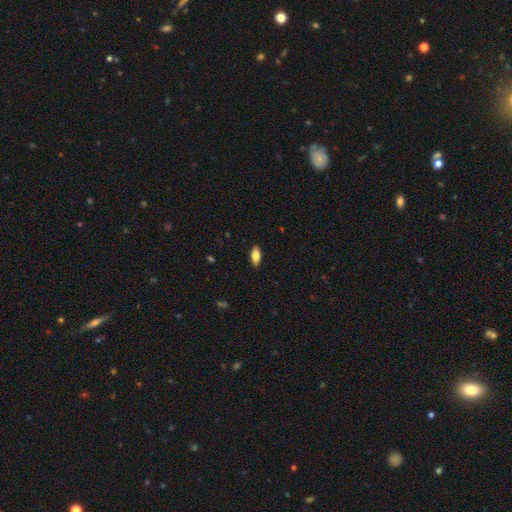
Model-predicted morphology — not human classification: The model was most divided on "smooth or featured": smooth: 75%, featured or disk: 19%, star or artifact: 7%. More confident: merging — none (89%); how rounded — in between (83%).